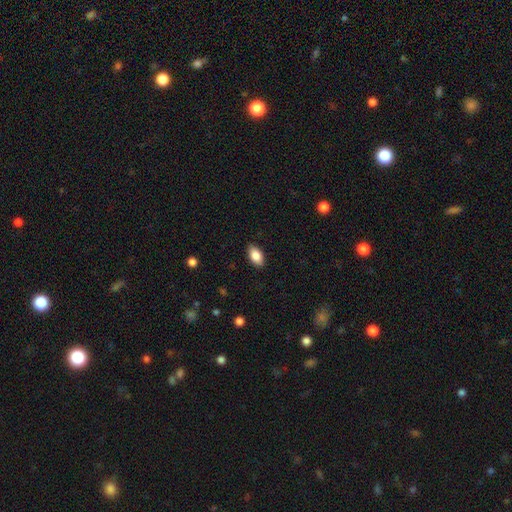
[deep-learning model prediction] smooth_or_featured: smooth (p=0.85) [alt: featured or disk p=0.08]
how_rounded: in between (p=0.93) [alt: round p=0.04]
merging: none (p=0.88) [alt: minor disturbance p=0.09]